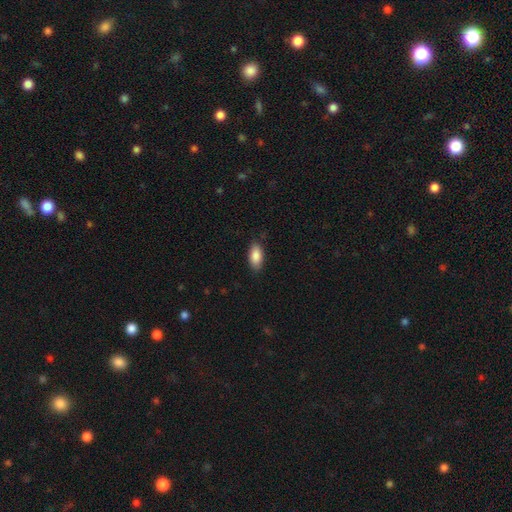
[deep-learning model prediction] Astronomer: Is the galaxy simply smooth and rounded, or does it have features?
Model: smooth — 87%.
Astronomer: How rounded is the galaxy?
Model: in between — 91%.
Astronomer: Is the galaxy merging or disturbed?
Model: none — 84%.